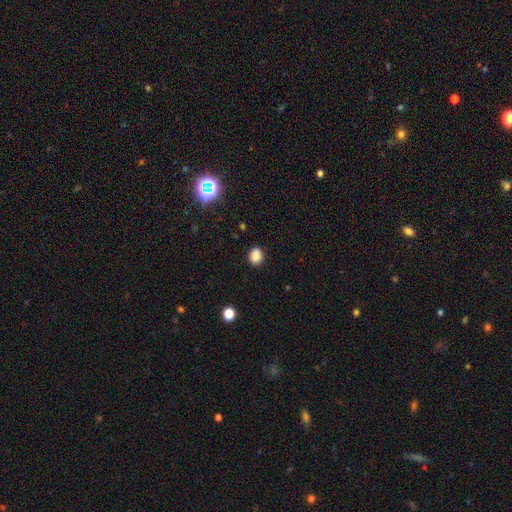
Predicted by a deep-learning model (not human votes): Smooth or featured? Predicted: smooth (p=0.85). How rounded? Predicted: round (p=0.52). Merging? Predicted: none (p=0.88).